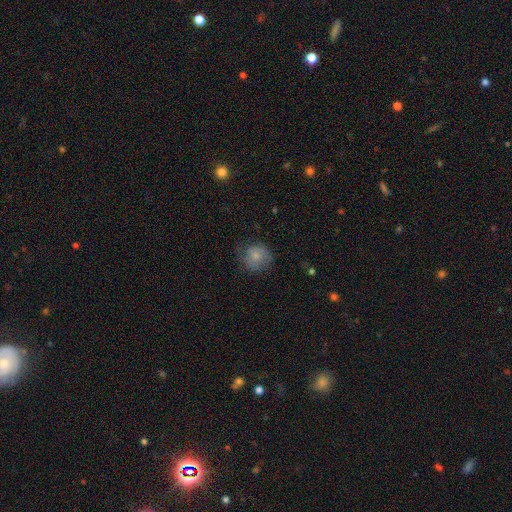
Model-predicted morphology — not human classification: Smooth or featured? Predicted: smooth (p=0.66). How rounded? Predicted: round (p=0.83). Merging? Predicted: none (p=0.59).